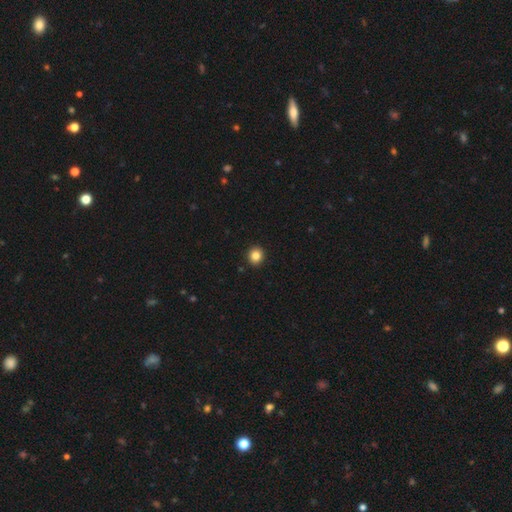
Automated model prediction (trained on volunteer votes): Morphology: type=smooth (85%); roundness=round (89%); merging=none (93%).